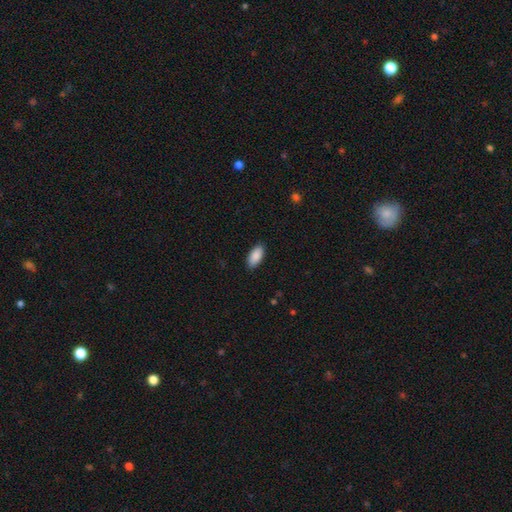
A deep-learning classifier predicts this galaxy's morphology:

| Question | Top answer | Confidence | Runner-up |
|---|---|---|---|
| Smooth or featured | smooth | 90% | star or artifact (6%) |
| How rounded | in between | 92% | cigar-shaped (6%) |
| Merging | none | 87% | minor disturbance (10%) |